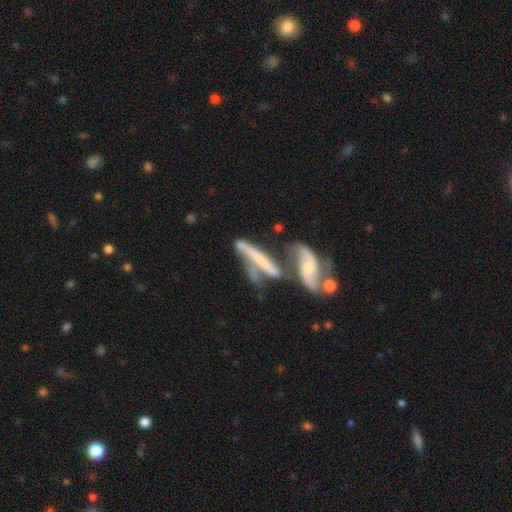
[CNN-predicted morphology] This appears to be a featured or disk galaxy (54%) viewed edge-on (53%). Merging: merger (49%).